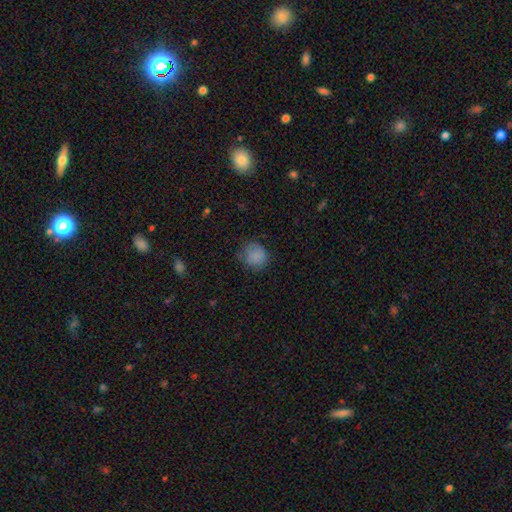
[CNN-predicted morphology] Smooth or featured? Predicted: smooth (p=0.83). How rounded? Predicted: round (p=0.83). Merging? Predicted: none (p=0.67).